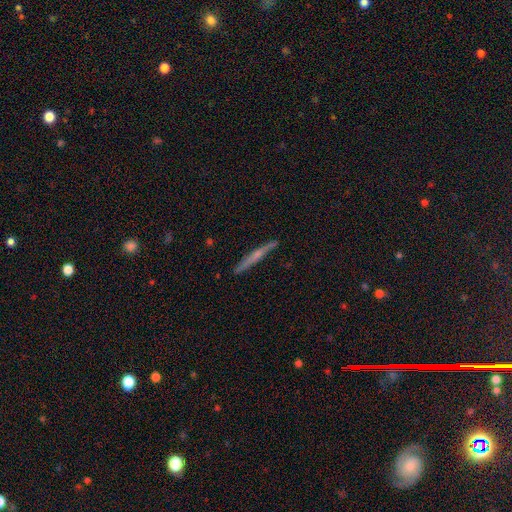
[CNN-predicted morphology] Smooth or featured: featured or disk — 62% (smooth — 31%)
Edge-on disk: yes — 97% (no — 3%)
Edge-on bulge: rounded — 56% (none — 36%)
Merging: none — 88% (minor disturbance — 9%)